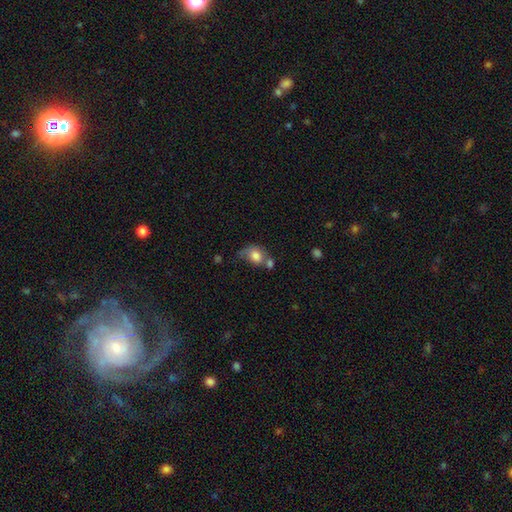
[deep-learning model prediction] smooth 78%, featured or disk 14%, star or artifact 9%. Down the decision tree: how rounded — in between (53%); merging — merger (34%).